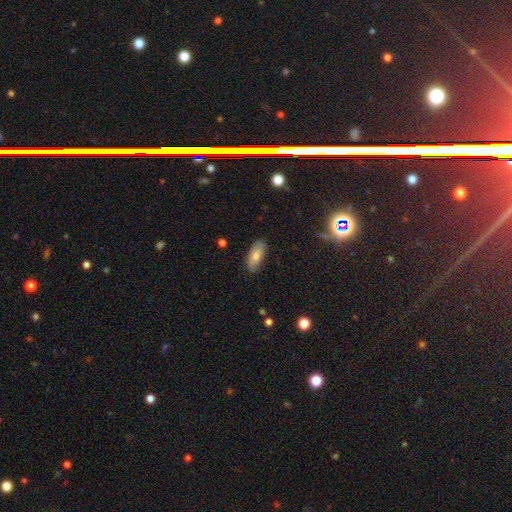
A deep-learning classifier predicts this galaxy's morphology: Smooth or featured: smooth — 78% (featured or disk — 14%)
How rounded: in between — 87% (cigar-shaped — 11%)
Merging: none — 83% (minor disturbance — 13%)